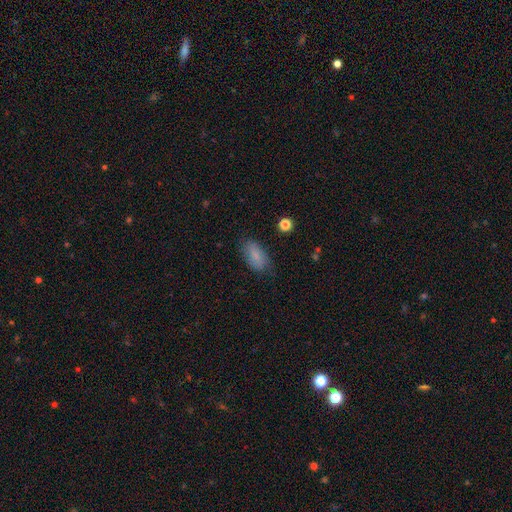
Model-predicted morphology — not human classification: smooth 80%, featured or disk 12%, star or artifact 8%. Down the decision tree: how rounded — in between (90%); merging — none (76%).